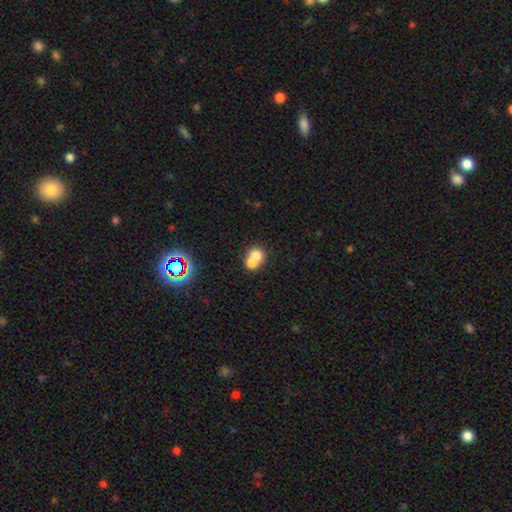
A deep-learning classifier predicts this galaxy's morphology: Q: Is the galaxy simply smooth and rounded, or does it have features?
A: smooth — 69%.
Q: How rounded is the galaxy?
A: round — 73%.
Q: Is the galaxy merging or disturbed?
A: merger — 67%.